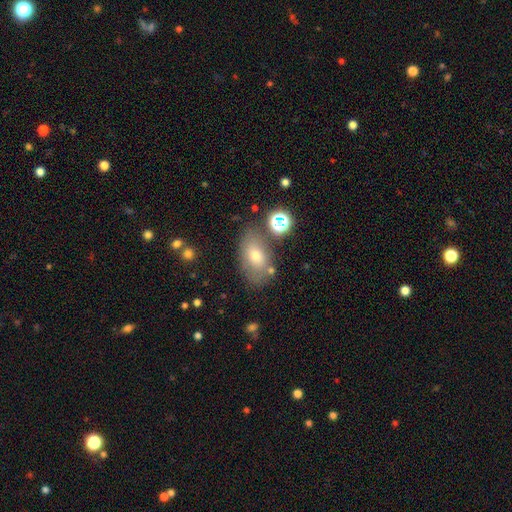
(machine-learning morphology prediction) The model was most divided on "smooth or featured": smooth: 65%, featured or disk: 23%, star or artifact: 12%. More confident: how rounded — in between (87%); merging — none (69%).